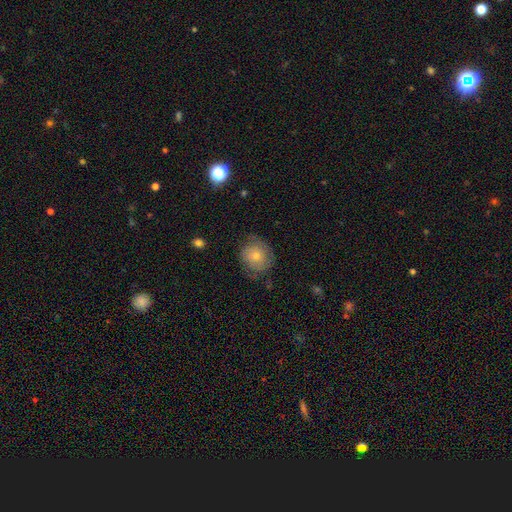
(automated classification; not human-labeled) Smooth or featured? Predicted: smooth (p=0.49). Merging? Predicted: none (p=0.71).